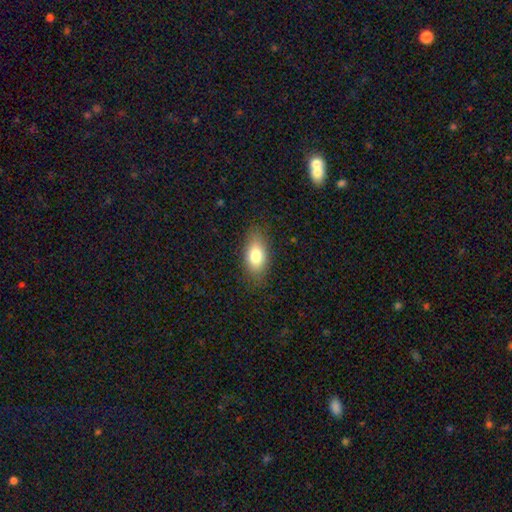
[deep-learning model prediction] Q: Smooth or featured?
A: smooth (78%); runner-up: featured or disk (14%)
Q: How rounded?
A: in between (87%); runner-up: cigar-shaped (7%)
Q: Merging?
A: none (84%); runner-up: minor disturbance (12%)